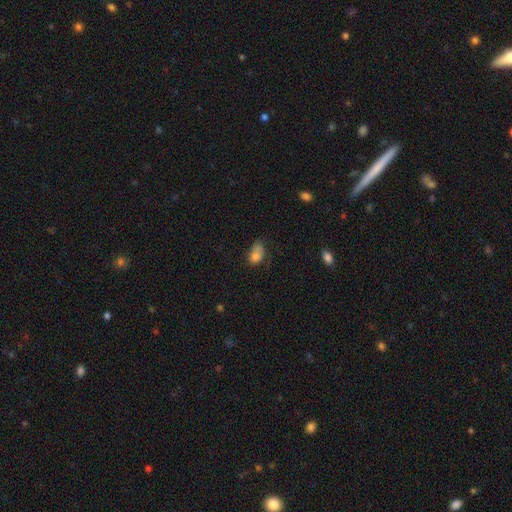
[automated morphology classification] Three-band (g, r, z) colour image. It shows a smooth galaxy with no disk features (75%) that is in between round and cigar-shaped (75%). Merging: none (33%).